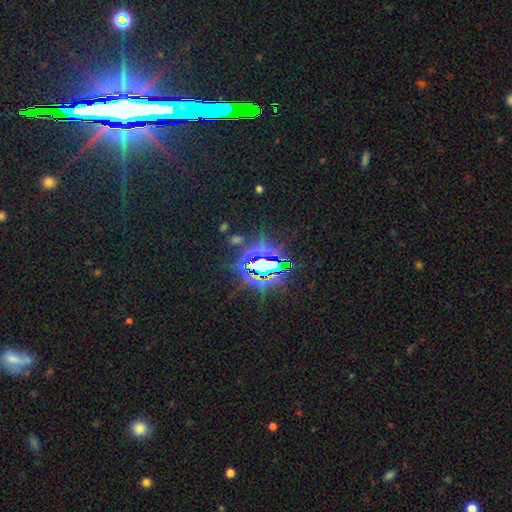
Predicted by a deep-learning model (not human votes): This appears to be a star or artifact, not a galaxy (79%).